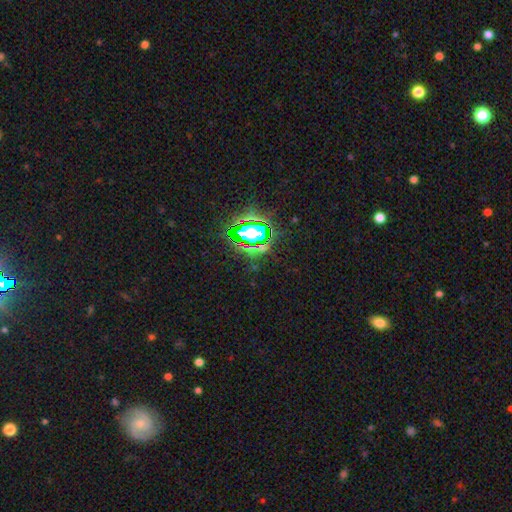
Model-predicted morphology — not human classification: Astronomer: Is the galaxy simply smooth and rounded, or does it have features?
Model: star or artifact — 79%.